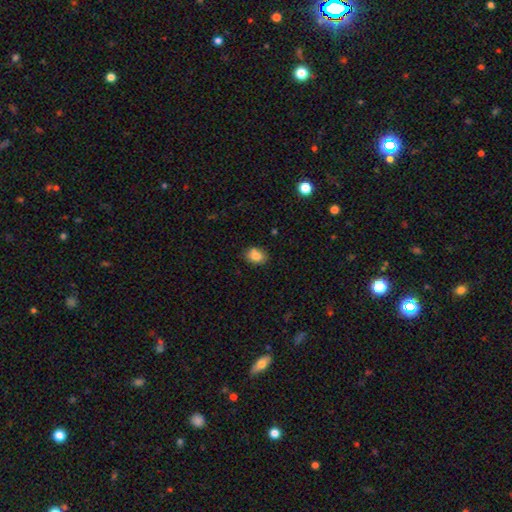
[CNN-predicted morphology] Smooth or featured? Predicted: smooth (p=0.81). How rounded? Predicted: in between (p=0.62). Merging? Predicted: none (p=0.74).